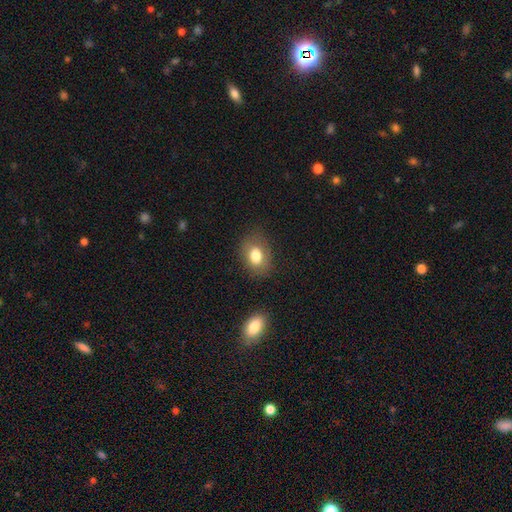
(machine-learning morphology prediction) Smooth or featured? Predicted: smooth (p=0.79). How rounded? Predicted: in between (p=0.72). Merging? Predicted: none (p=0.78).